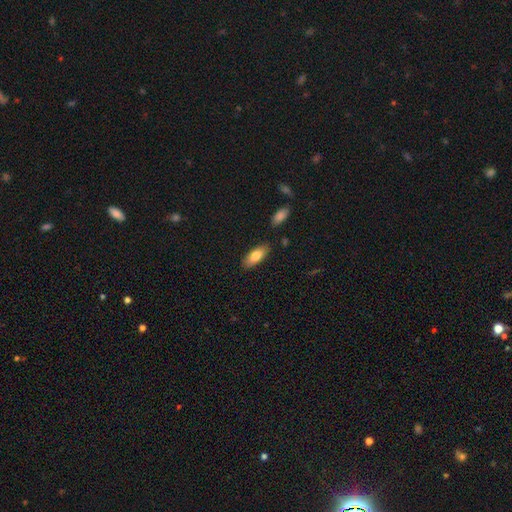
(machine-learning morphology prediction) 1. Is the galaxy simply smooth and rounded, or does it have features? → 78% smooth, 16% featured or disk, 6% star or artifact.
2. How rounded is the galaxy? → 78% in between, 20% cigar-shaped, 2% round.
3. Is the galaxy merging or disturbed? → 84% none, 11% minor disturbance, 3% merger, 2% major disturbance.